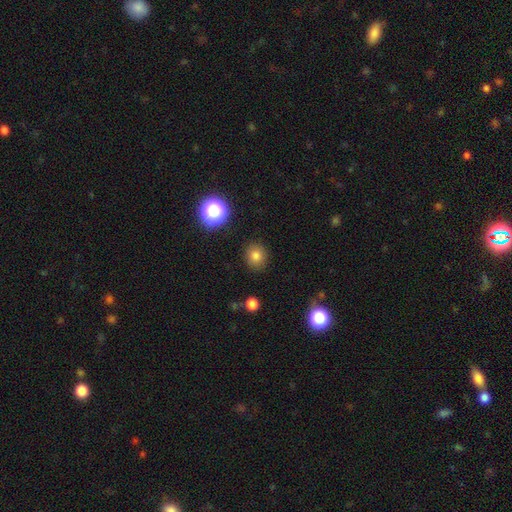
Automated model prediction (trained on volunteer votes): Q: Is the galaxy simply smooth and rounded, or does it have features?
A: smooth — 78%.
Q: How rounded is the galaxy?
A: round — 81%.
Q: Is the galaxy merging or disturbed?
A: none — 88%.